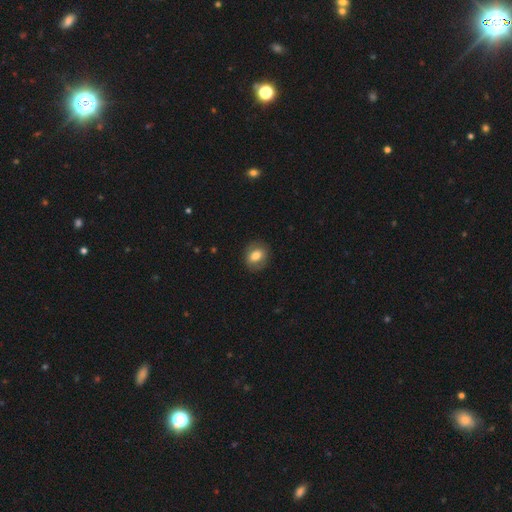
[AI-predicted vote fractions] Smooth or featured?
  - smooth: 74% *
  - featured or disk: 18%
  - star or artifact: 8%
How rounded?
  - in between: 50% *
  - round: 49%
  - cigar-shaped: 1%
Merging?
  - none: 86% *
  - minor disturbance: 10%
  - major disturbance: 3%
  - merger: 1%